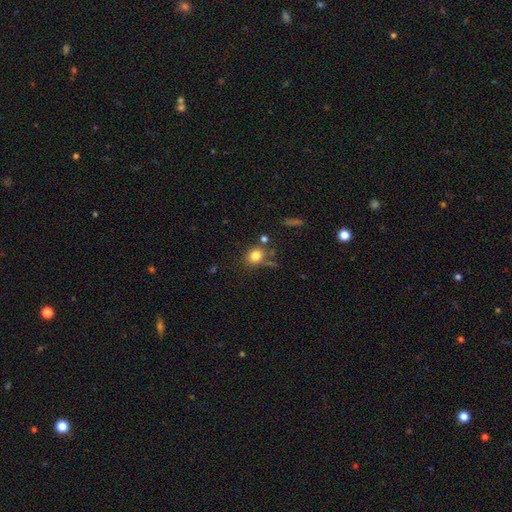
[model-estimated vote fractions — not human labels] Smooth or featured: smooth — 80% (star or artifact — 12%)
How rounded: round — 67% (in between — 32%)
Merging: none — 66% (minor disturbance — 16%)